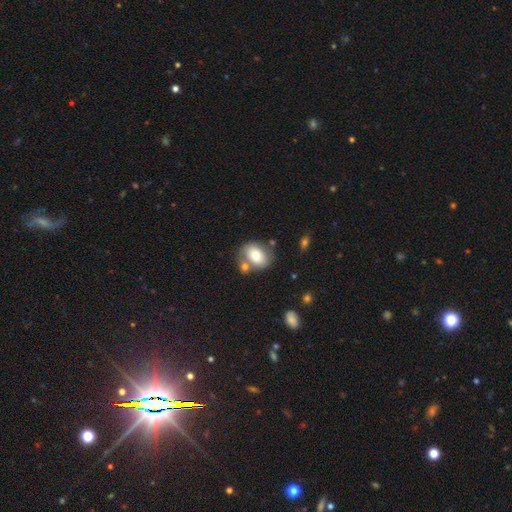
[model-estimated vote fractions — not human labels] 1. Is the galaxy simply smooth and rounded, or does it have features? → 69% smooth, 23% featured or disk, 8% star or artifact.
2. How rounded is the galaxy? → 64% in between, 35% round, 1% cigar-shaped.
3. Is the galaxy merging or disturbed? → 56% none, 24% merger, 15% minor disturbance, 5% major disturbance.